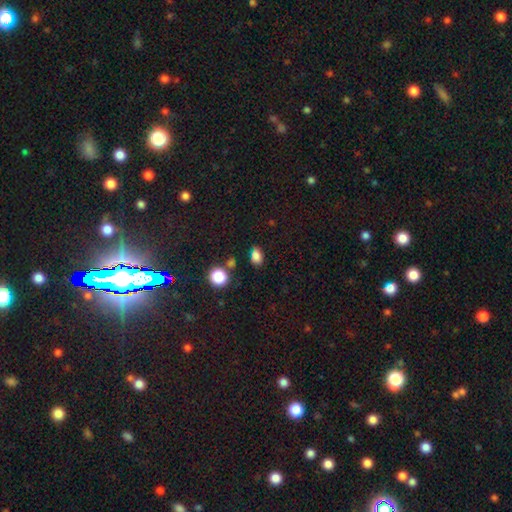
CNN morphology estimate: smooth_or_featured: smooth (p=0.81) [alt: star or artifact p=0.15]
how_rounded: in between (p=0.74) [alt: round p=0.25]
merging: none (p=0.76) [alt: minor disturbance p=0.14]